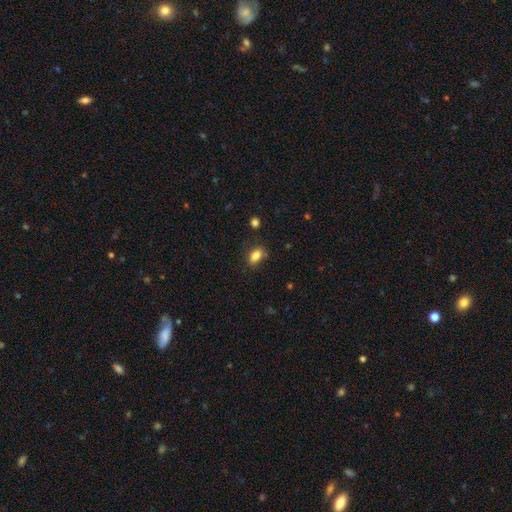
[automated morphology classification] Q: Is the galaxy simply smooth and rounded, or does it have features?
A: smooth — 85%.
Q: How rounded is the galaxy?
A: in between — 86%.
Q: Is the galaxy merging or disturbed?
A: none — 75%.